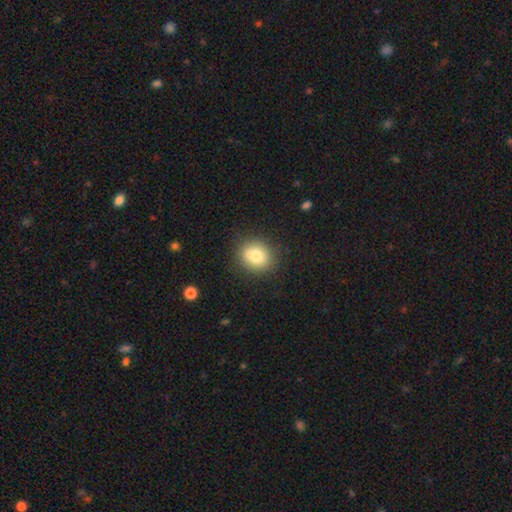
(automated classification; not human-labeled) Q: Smooth or featured?
A: smooth (78%); runner-up: featured or disk (11%)
Q: How rounded?
A: round (71%); runner-up: in between (28%)
Q: Merging?
A: none (80%); runner-up: minor disturbance (12%)